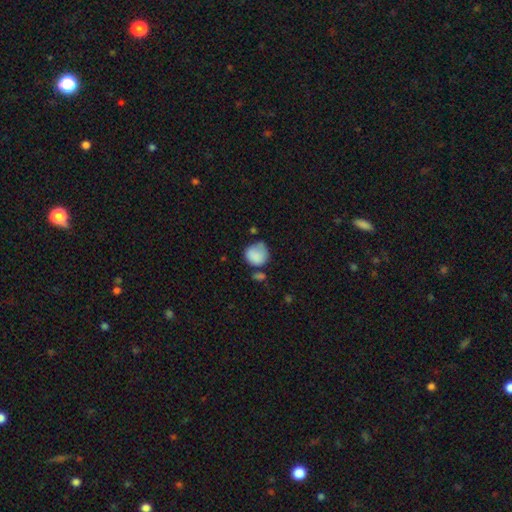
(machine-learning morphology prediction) A smooth galaxy with no disk features (83%) that is round (82%). Merging: none (48%).